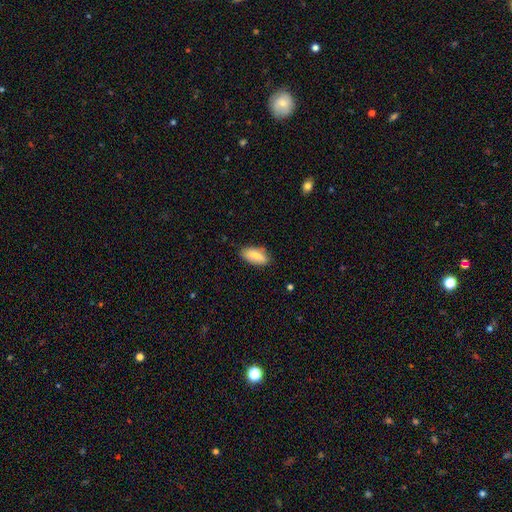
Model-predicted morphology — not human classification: A smooth galaxy with no disk features (81%) that is in between round and cigar-shaped (85%). Merging: none (79%).